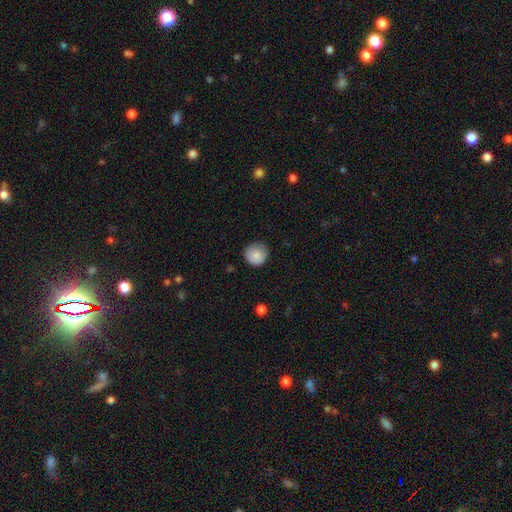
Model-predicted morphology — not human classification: The model was most divided on "merging": none: 80%, minor disturbance: 16%, major disturbance: 3%, merger: 1%. More confident: how rounded — round (94%); smooth or featured — smooth (86%).